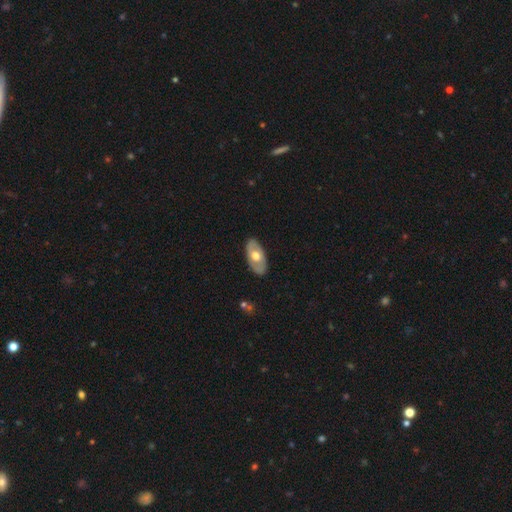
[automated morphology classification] This is possibly a smooth galaxy (49%). Merging: clearly none (85%).